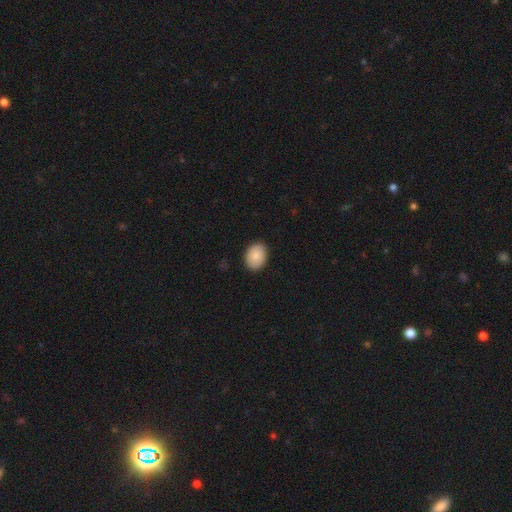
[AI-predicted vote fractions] Smooth or featured: smooth — 88% (star or artifact — 6%)
How rounded: in between — 67% (round — 32%)
Merging: none — 88% (minor disturbance — 9%)